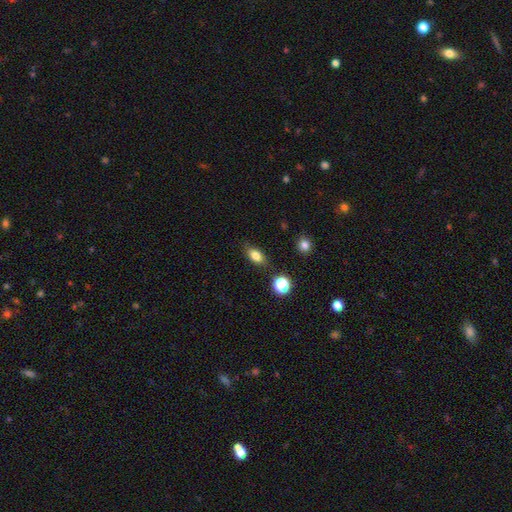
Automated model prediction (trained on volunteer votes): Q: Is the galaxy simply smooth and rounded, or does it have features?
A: smooth — 79%.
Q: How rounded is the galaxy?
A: in between — 82%.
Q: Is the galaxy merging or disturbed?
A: none — 82%.